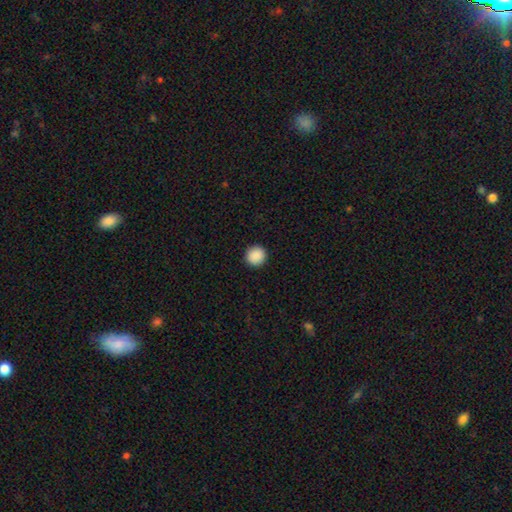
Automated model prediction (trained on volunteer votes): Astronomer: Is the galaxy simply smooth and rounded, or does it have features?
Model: smooth — 90%.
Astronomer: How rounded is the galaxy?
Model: round — 95%.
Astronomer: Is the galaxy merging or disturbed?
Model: none — 93%.